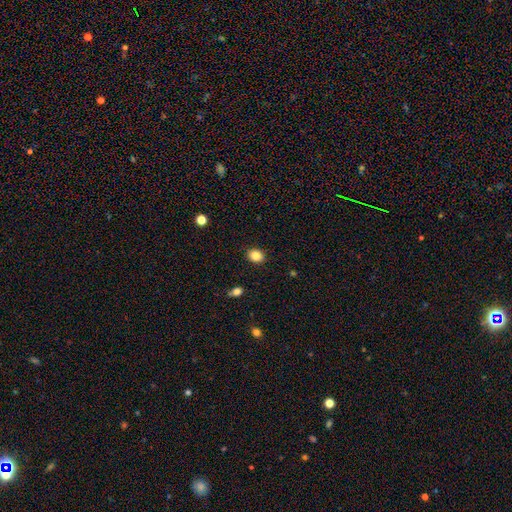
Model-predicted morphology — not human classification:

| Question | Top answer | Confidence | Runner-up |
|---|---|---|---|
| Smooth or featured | smooth | 85% | star or artifact (10%) |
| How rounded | round | 53% | in between (46%) |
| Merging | none | 90% | minor disturbance (7%) |